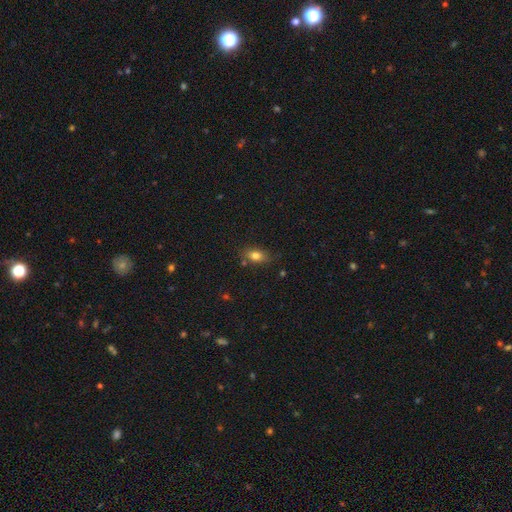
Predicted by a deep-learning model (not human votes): Smooth or featured? Predicted: smooth (p=0.80). How rounded? Predicted: in between (p=0.82). Merging? Predicted: none (p=0.75).